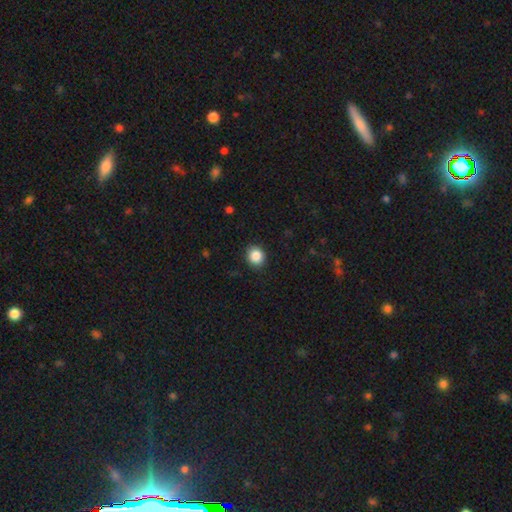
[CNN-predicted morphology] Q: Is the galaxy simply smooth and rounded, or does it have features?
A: smooth — 86%.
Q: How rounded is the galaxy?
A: round — 81%.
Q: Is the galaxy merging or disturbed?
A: none — 90%.